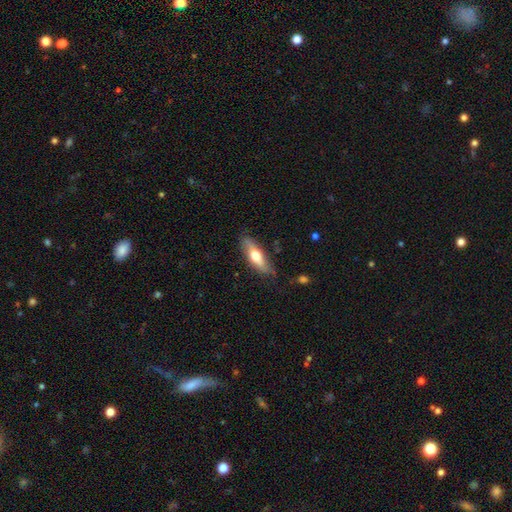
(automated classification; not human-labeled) Smooth or featured?
  - smooth: 56% *
  - featured or disk: 38%
  - star or artifact: 6%
How rounded?
  - in between: 53% *
  - cigar-shaped: 44%
  - round: 3%
Merging?
  - none: 76% *
  - minor disturbance: 18%
  - major disturbance: 4%
  - merger: 2%